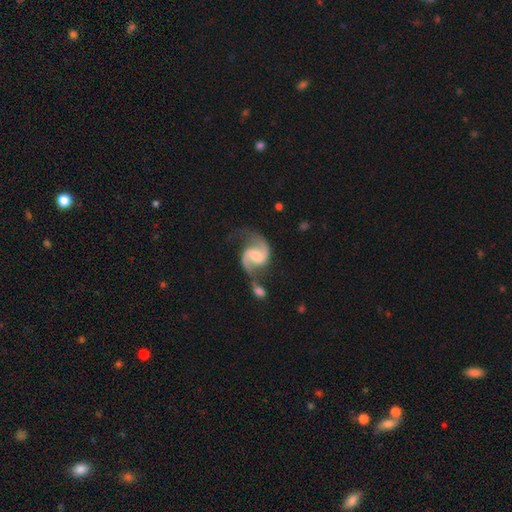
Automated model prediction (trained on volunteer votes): Smooth or featured? Predicted: featured or disk (p=0.91). Edge-on disk? Predicted: no (p=0.98). Bar? Predicted: weak (p=0.46). Spiral arms? Predicted: yes (p=0.98). Spiral winding? Predicted: medium (p=0.53). Spiral arm count? Predicted: 2 (p=0.94). Bulge size? Predicted: moderate (p=0.36). Merging? Predicted: none (p=0.48).